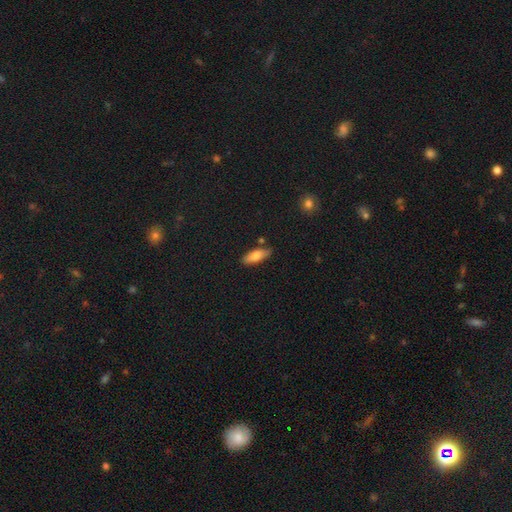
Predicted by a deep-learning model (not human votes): A smooth galaxy with no disk features (79%) that is in between round and cigar-shaped (67%).

Vote fractions:
- Smooth or featured? smooth: 79% / featured or disk: 14% / star or artifact: 7%
- How rounded? in between: 67% / cigar-shaped: 31% / round: 2%
- Merging? none: 77% / minor disturbance: 16% / merger: 4% / major disturbance: 3%